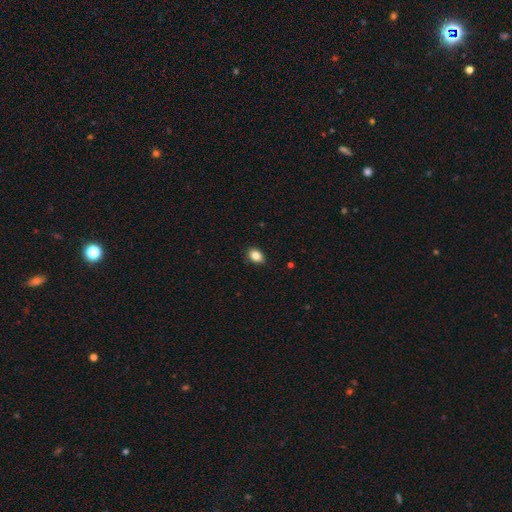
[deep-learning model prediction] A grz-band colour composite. It shows a smooth galaxy with no disk features (85%) that is in between round and cigar-shaped (81%). Merging: none (88%).